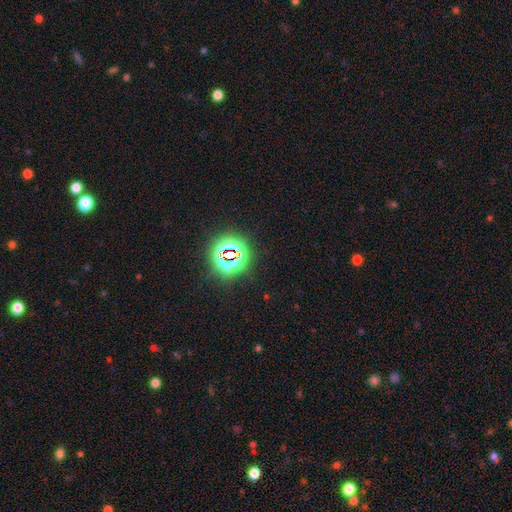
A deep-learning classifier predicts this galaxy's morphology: type=star or artifact (83%).